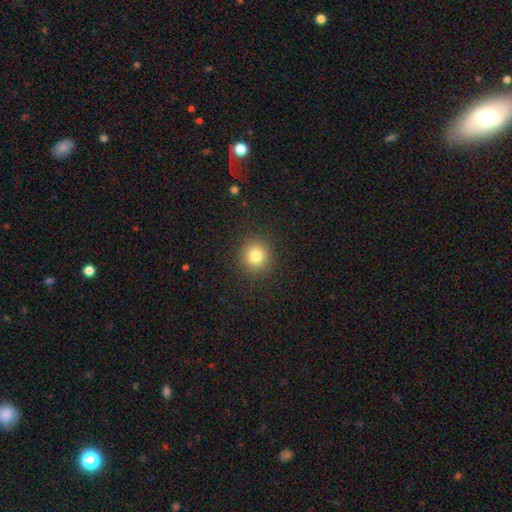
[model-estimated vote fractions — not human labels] A smooth galaxy with no disk features (81%) that is round (90%). Merging: none (90%).